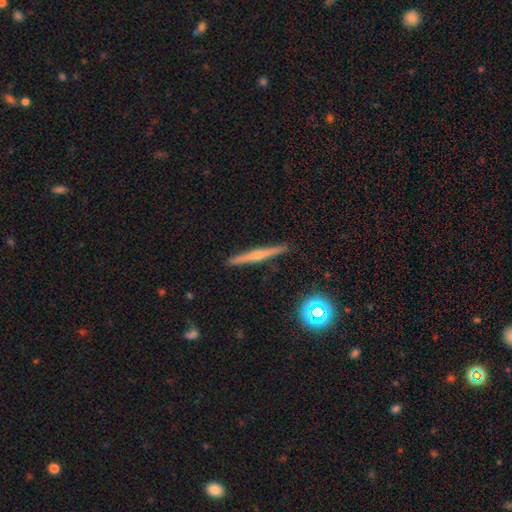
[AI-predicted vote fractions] Morphology: type=featured or disk (70%); edge-on=yes (98%); edge-on bulge=rounded (76%); merging=none (91%).